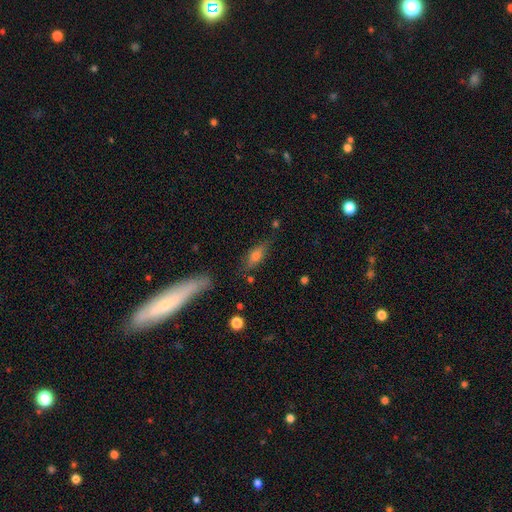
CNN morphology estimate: smooth-or-featured: smooth: 58% | featured or disk: 32% | star or artifact: 10%
  how-rounded: in between: 55% | cigar-shaped: 41% | round: 5%
  merging: none: 73% | minor disturbance: 18% | major disturbance: 6% | merger: 4%